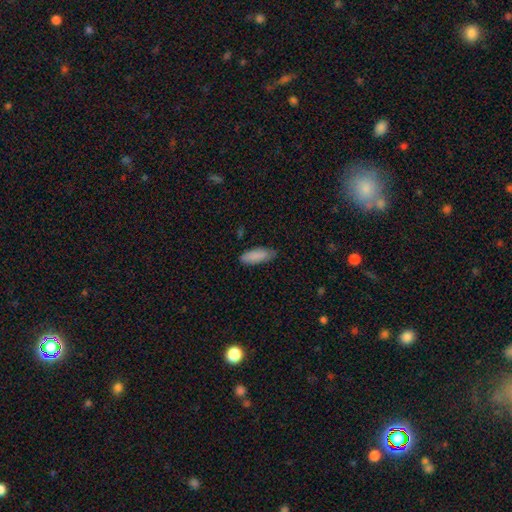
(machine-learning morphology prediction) This appears to be a smooth galaxy with no disk features (88%) that is in between round and cigar-shaped (76%). Merging: none (75%).